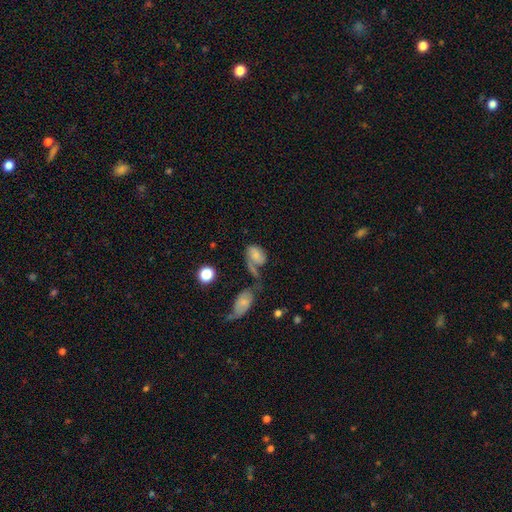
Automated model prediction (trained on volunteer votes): Overall: smooth (54%; featured or disk 36%). How rounded: in between (83%). Merging: merger (35%; none 25%).